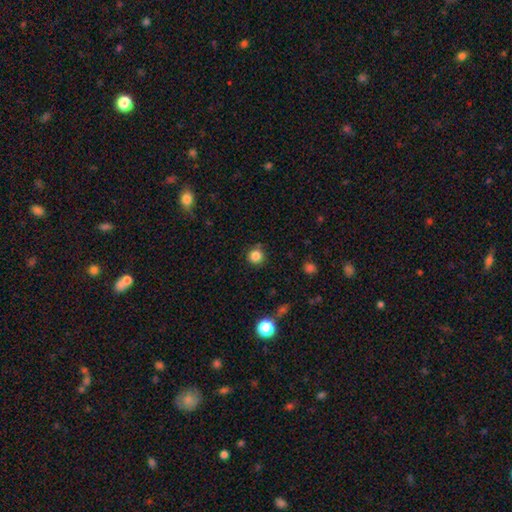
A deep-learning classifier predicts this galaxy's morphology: Smooth or featured? Predicted: smooth (p=0.84). How rounded? Predicted: round (p=0.94). Merging? Predicted: none (p=0.86).